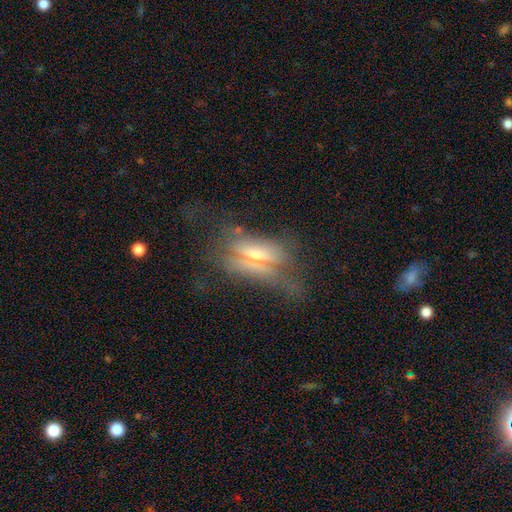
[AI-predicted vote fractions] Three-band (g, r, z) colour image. It shows a featured or disk galaxy (52%) viewed edge-on (69%). Merging: none (47%).